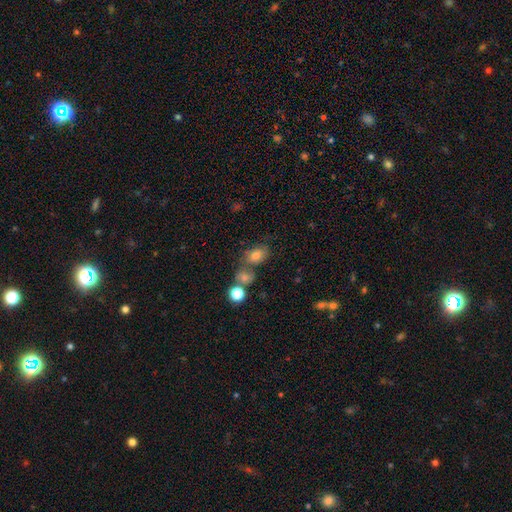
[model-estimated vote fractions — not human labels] Smooth or featured?
  - smooth: 74% *
  - star or artifact: 15%
  - featured or disk: 11%
How rounded?
  - in between: 60% *
  - round: 38%
  - cigar-shaped: 1%
Merging?
  - none: 56% *
  - merger: 25%
  - minor disturbance: 13%
  - major disturbance: 5%